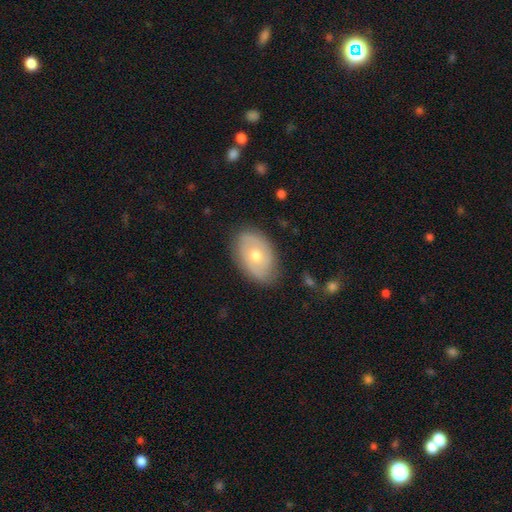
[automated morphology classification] smooth-or-featured: featured or disk: 53% | smooth: 40% | star or artifact: 7%
  disk-edge-on: no: 93% | yes: 7%
  merging: none: 80% | minor disturbance: 15% | major disturbance: 4% | merger: 1%